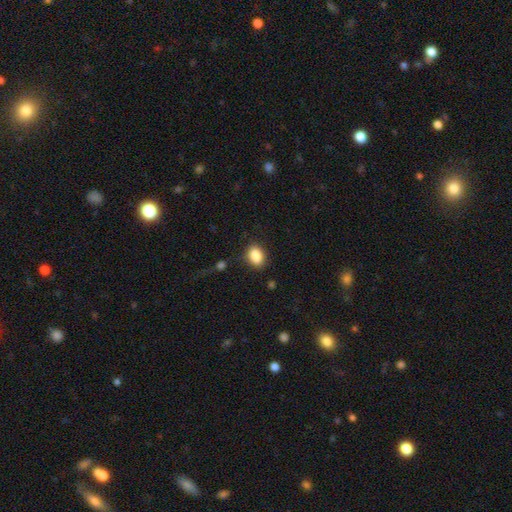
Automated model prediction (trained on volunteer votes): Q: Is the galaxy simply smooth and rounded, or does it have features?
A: smooth — 87%.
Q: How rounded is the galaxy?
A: in between — 77%.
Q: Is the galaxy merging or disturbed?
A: none — 85%.